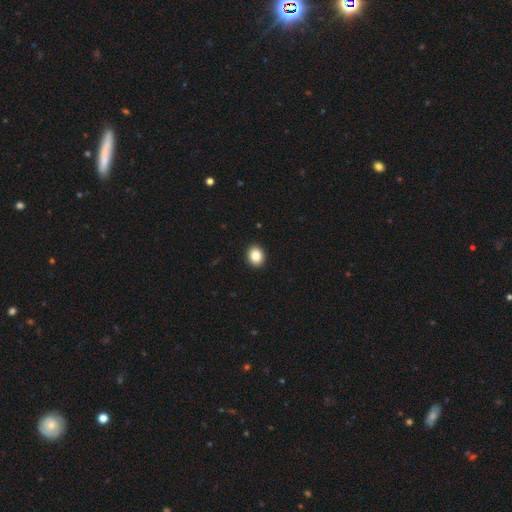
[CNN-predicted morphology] Overall: smooth (86%). How rounded: round (55%; in between 44%). Merging: none (93%).